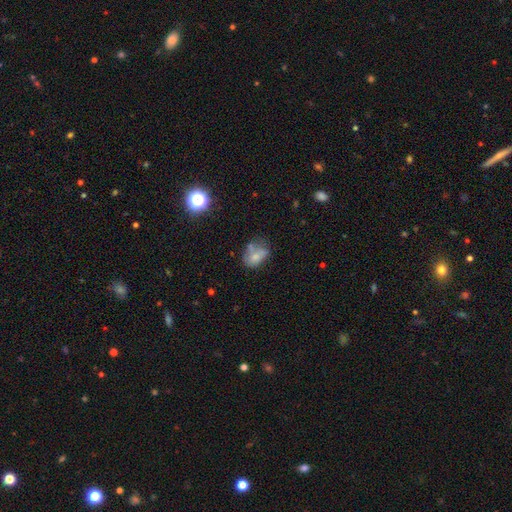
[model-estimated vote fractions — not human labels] smooth_or_featured: smooth (p=0.60) [alt: featured or disk p=0.27]
how_rounded: in between (p=0.74) [alt: round p=0.25]
merging: none (p=0.35) [alt: minor disturbance p=0.28]